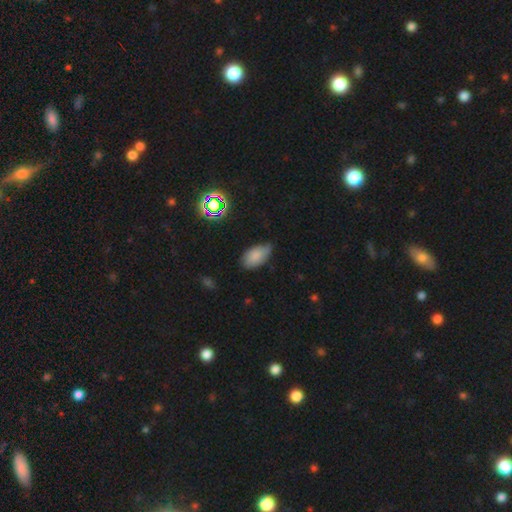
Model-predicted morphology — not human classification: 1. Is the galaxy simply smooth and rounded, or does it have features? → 79% smooth, 11% featured or disk, 10% star or artifact.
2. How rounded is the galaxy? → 94% in between, 4% round, 2% cigar-shaped.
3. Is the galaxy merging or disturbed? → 61% none, 32% minor disturbance, 5% major disturbance, 2% merger.